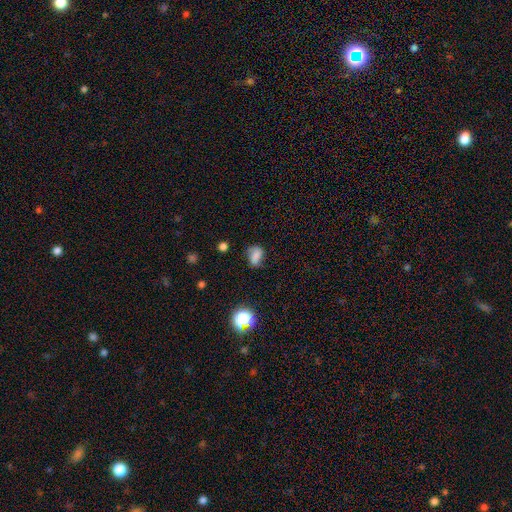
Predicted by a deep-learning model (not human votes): This is likely a smooth galaxy (73%). How rounded: likely in between (68%). Merging: likely none (60%).